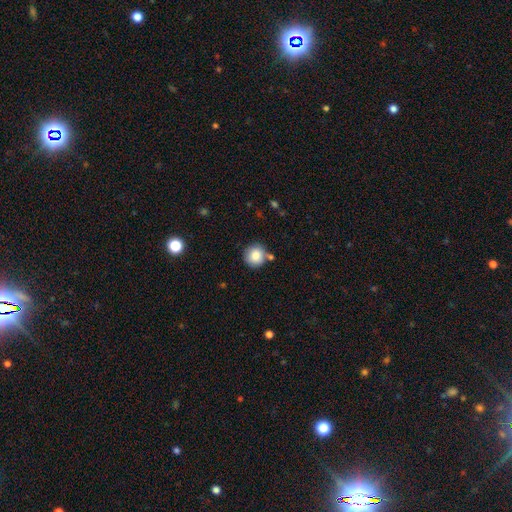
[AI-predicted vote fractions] Smooth or featured? smooth (84%)
How rounded? round (93%)
Merging? none (77%)